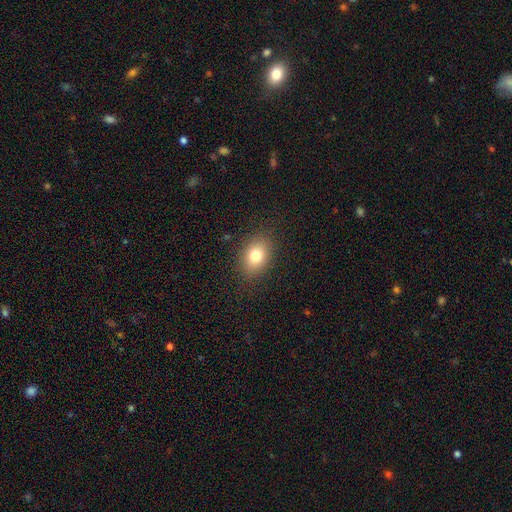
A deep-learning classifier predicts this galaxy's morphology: Q: Smooth or featured?
A: smooth (78%); runner-up: star or artifact (11%)
Q: How rounded?
A: in between (71%); runner-up: round (27%)
Q: Merging?
A: none (87%); runner-up: minor disturbance (9%)